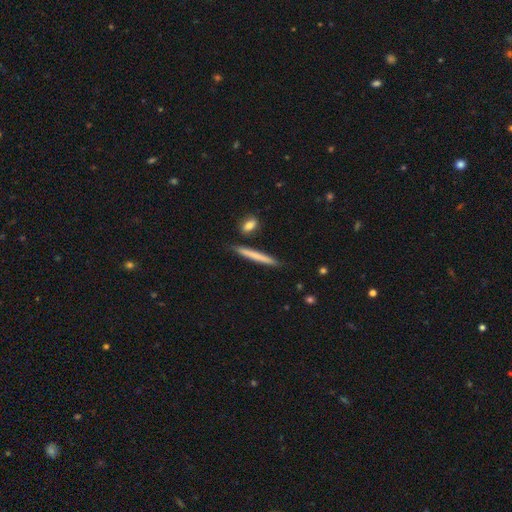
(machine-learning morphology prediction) Q: Smooth or featured?
A: smooth (69%); runner-up: featured or disk (26%)
Q: How rounded?
A: cigar-shaped (96%); runner-up: in between (2%)
Q: Merging?
A: none (86%); runner-up: minor disturbance (9%)